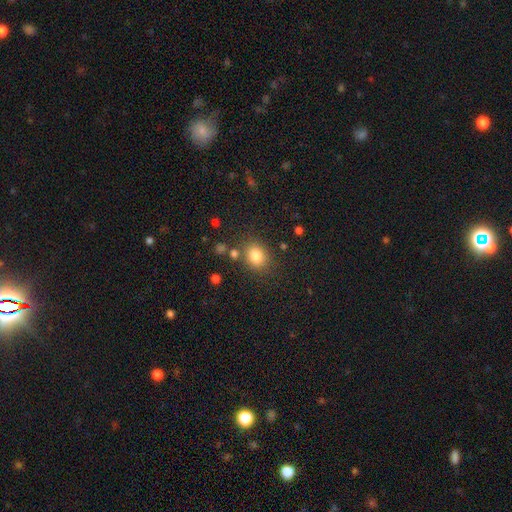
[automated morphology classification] A smooth galaxy with no disk features (82%) that is round (55%). Merging: none (76%).